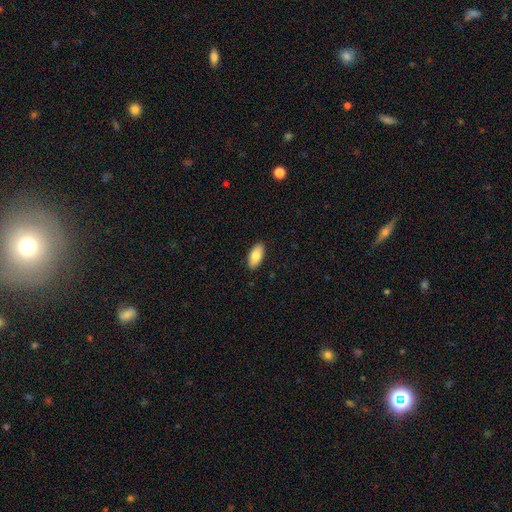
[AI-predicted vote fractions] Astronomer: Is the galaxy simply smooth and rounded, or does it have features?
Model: smooth — 81%.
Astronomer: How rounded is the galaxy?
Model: in between — 90%.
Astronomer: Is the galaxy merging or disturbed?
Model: none — 90%.